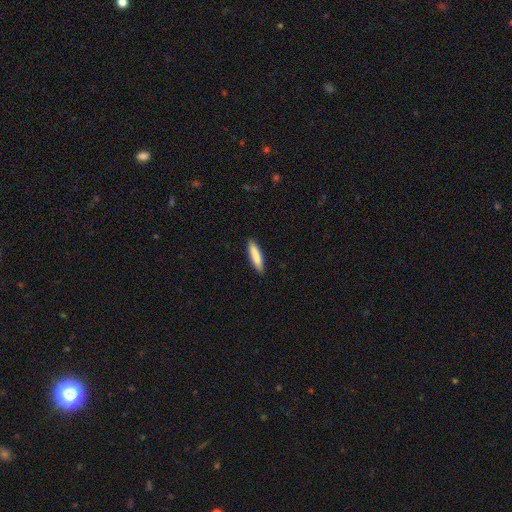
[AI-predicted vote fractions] smooth-or-featured: smooth: 86% | featured or disk: 8% | star or artifact: 5%
  how-rounded: cigar-shaped: 73% | in between: 25% | round: 1%
  merging: none: 89% | minor disturbance: 9% | major disturbance: 2% | merger: 1%